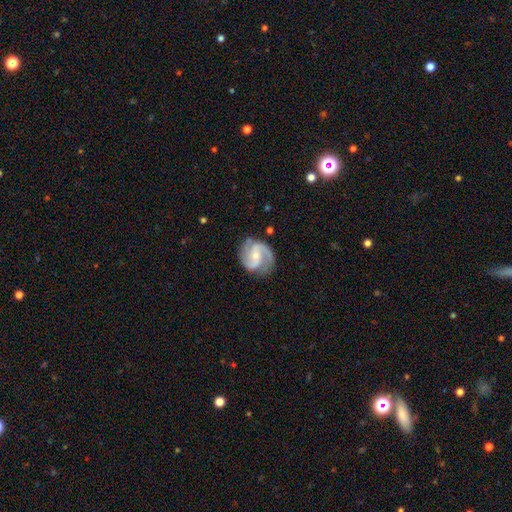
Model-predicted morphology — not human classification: smooth-or-featured: featured or disk: 90% | smooth: 6% | star or artifact: 4%
  disk-edge-on: no: 98% | yes: 2%
    bar: no: 44% | weak: 41% | strong: 15%
    has-spiral-arms: yes: 98% | no: 2%
      spiral-winding: medium: 56% | tight: 29% | loose: 15%
      spiral-arm-count: 2: 67% | 3: 23% | can't tell: 4% | 4: 2% | 1: 2% | more than 4: 2%
    bulge-size: small: 62% | moderate: 34% | none: 3% | large: 1% | dominant: 1%
  merging: none: 78% | minor disturbance: 15% | major disturbance: 5% | merger: 1%